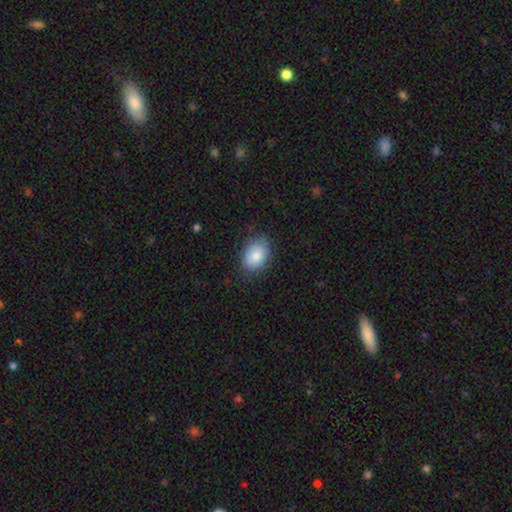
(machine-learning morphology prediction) Overall: smooth (84%). How rounded: in between (79%). Merging: none (80%).